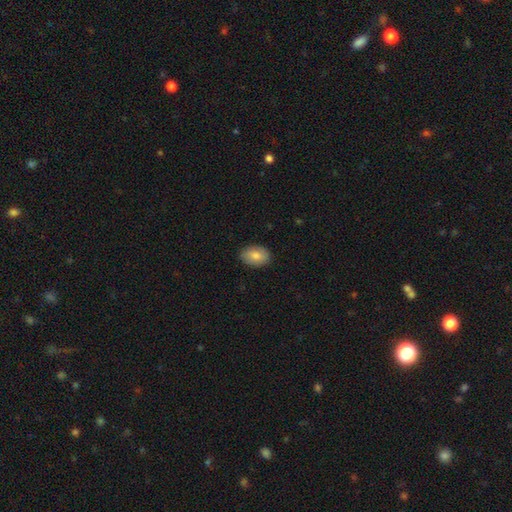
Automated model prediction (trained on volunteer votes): Morphology: type=smooth (80%); roundness=in between (83%); merging=none (88%).